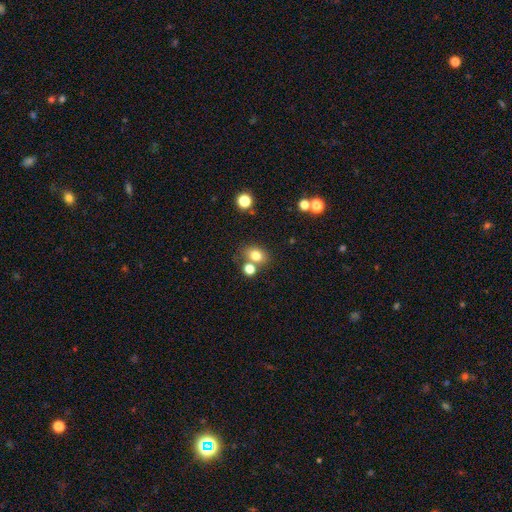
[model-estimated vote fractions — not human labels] Smooth or featured? Predicted: smooth (p=0.78). How rounded? Predicted: in between (p=0.51). Merging? Predicted: none (p=0.63).